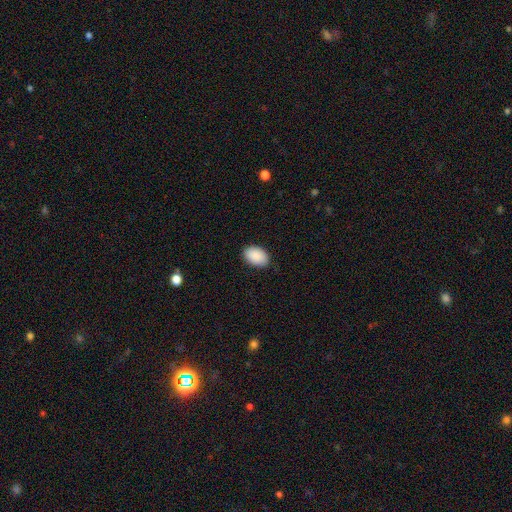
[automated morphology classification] smooth_or_featured: smooth (p=0.91) [alt: star or artifact p=0.06]
how_rounded: in between (p=0.89) [alt: round p=0.10]
merging: none (p=0.86) [alt: minor disturbance p=0.11]